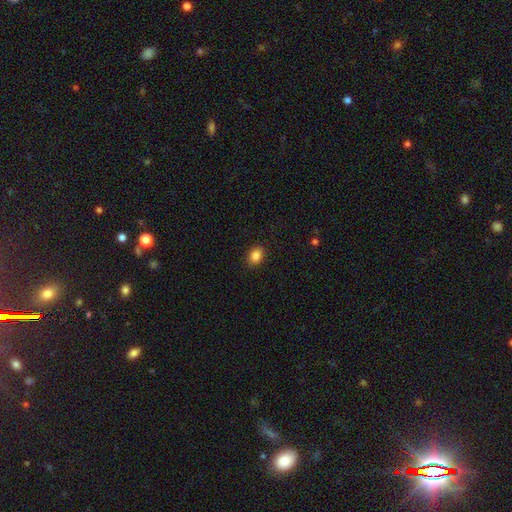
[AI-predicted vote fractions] A smooth galaxy with no disk features (86%) that is in between round and cigar-shaped (68%).

Vote fractions:
- Smooth or featured? smooth: 86% / star or artifact: 9% / featured or disk: 4%
- How rounded? in between: 68% / round: 31% / cigar-shaped: 1%
- Merging? none: 89% / minor disturbance: 8% / major disturbance: 2% / merger: 1%